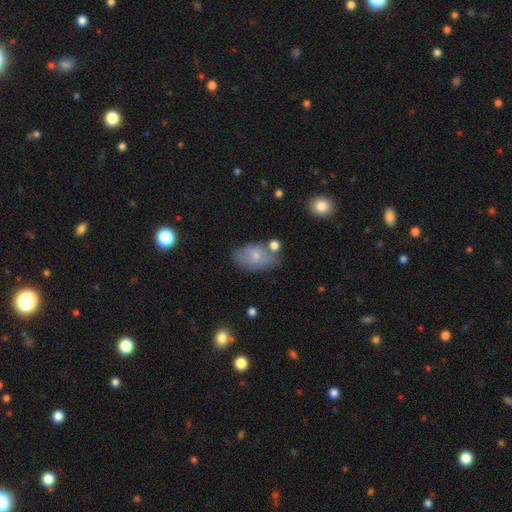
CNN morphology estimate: type=smooth (61%); roundness=in between (91%); merging=none (54%).